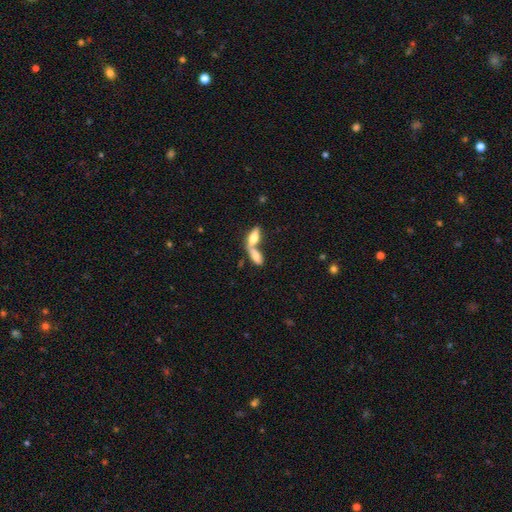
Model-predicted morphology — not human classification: A smooth galaxy with no disk features (69%) that is in between round and cigar-shaped (74%).

Vote fractions:
- Smooth or featured? smooth: 69% / featured or disk: 23% / star or artifact: 8%
- How rounded? in between: 74% / cigar-shaped: 22% / round: 4%
- Merging? merger: 69% / none: 21% / minor disturbance: 6% / major disturbance: 4%